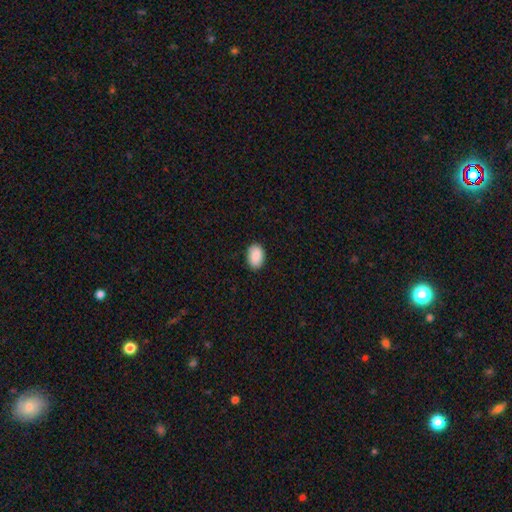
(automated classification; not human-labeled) Smooth or featured? smooth (89%)
How rounded? in between (86%)
Merging? none (88%)